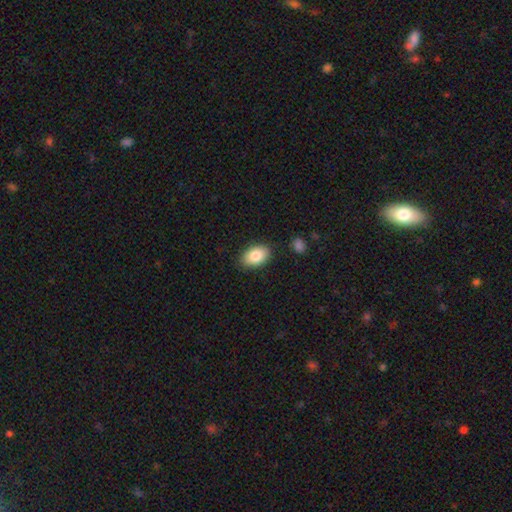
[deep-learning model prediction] This appears to be a smooth galaxy with no disk features (83%) that is in between round and cigar-shaped (90%). Merging: none (86%).